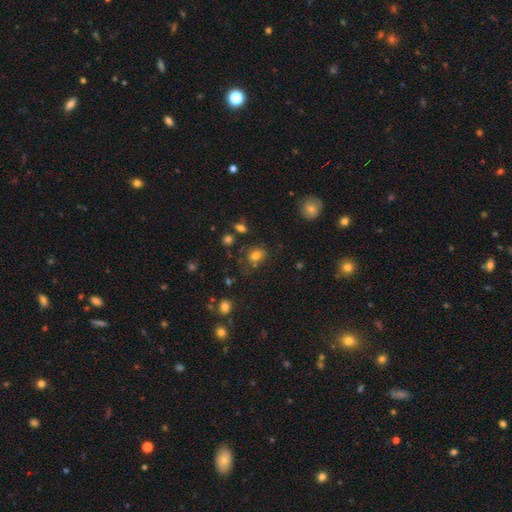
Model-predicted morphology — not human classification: type=smooth (75%); roundness=round (50%); merging=none (62%).